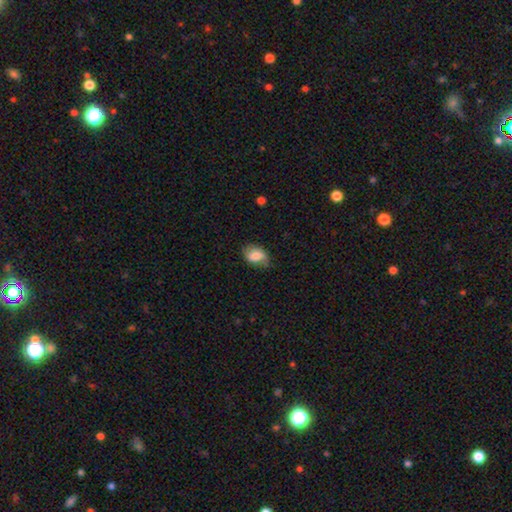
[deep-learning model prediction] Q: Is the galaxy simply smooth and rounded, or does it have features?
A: smooth — 78%.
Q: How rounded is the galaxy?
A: in between — 79%.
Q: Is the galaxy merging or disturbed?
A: none — 60%.